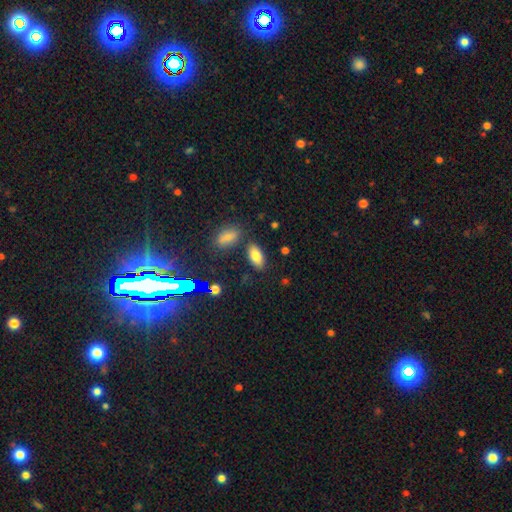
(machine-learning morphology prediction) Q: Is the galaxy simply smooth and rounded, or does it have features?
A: smooth — 78%.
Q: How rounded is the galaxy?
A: in between — 90%.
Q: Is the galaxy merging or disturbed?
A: none — 80%.